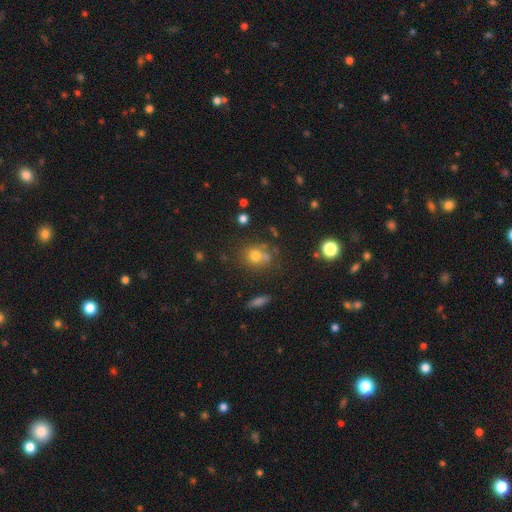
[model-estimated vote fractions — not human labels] smooth-or-featured: smooth: 72% | star or artifact: 16% | featured or disk: 13%
  how-rounded: round: 74% | in between: 25% | cigar-shaped: 1%
  merging: none: 59% | merger: 20% | minor disturbance: 15% | major disturbance: 6%